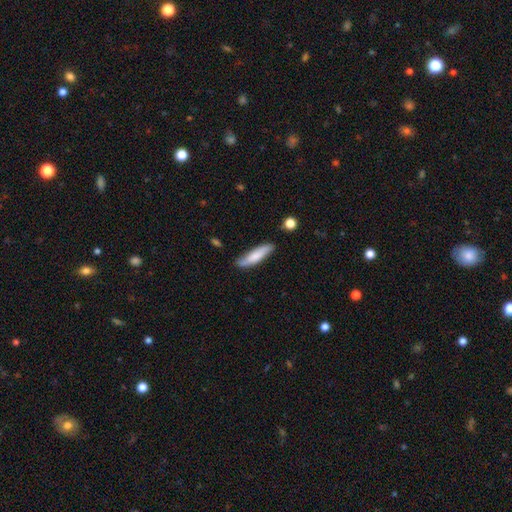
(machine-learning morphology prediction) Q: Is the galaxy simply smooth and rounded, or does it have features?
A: smooth — 74%.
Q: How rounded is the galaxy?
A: cigar-shaped — 76%.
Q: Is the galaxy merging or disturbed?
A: none — 78%.